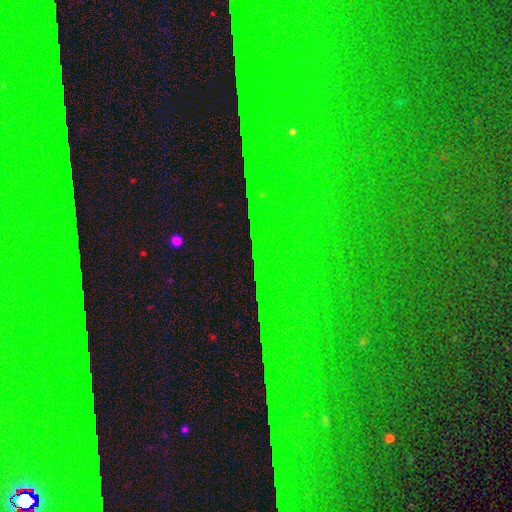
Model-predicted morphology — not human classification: A star or artifact, not a galaxy (85%).